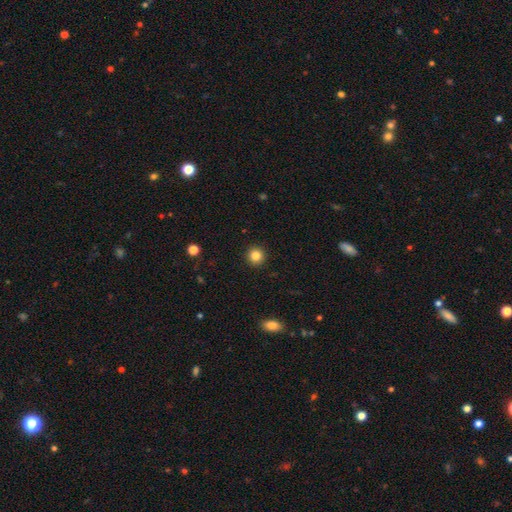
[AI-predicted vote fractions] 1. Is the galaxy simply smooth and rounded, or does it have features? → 85% smooth, 11% star or artifact, 5% featured or disk.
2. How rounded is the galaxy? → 94% round, 5% in between, 1% cigar-shaped.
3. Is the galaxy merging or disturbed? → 93% none, 5% minor disturbance, 2% major disturbance, 1% merger.